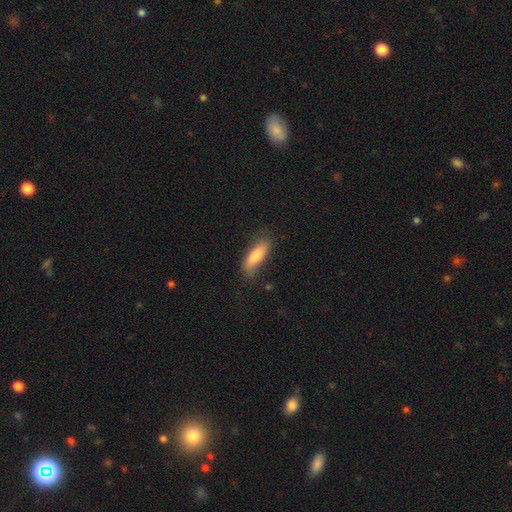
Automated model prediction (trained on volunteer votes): A smooth galaxy with no disk features (77%) that is in between round and cigar-shaped (54%).

Vote fractions:
- Smooth or featured? smooth: 77% / featured or disk: 17% / star or artifact: 7%
- How rounded? in between: 54% / cigar-shaped: 44% / round: 2%
- Merging? none: 73% / minor disturbance: 21% / major disturbance: 5% / merger: 2%